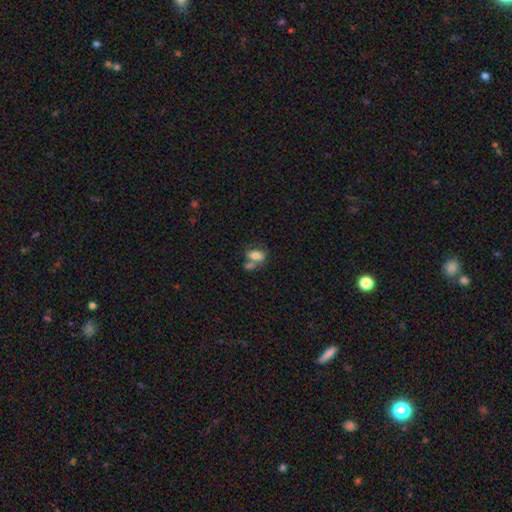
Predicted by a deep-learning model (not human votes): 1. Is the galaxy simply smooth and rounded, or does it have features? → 75% smooth, 16% featured or disk, 10% star or artifact.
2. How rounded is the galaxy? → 84% in between, 9% round, 7% cigar-shaped.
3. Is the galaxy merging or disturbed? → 40% none, 39% merger, 14% minor disturbance, 7% major disturbance.